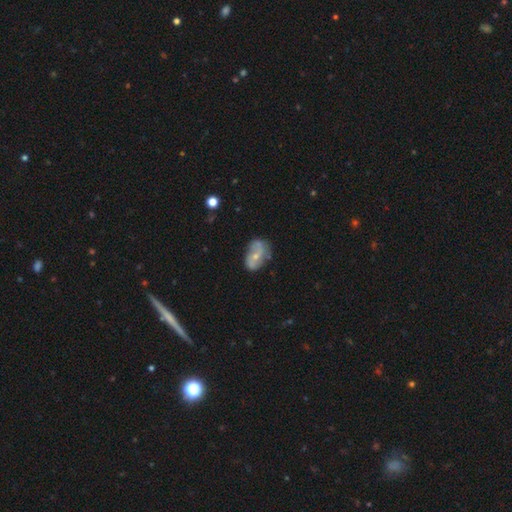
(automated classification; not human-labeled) Overall: featured or disk (58%; smooth 33%). Edge-on disk: no (95%). Bar: no (60%; weak 29%). Spiral arms: yes (68%; no 32%). Bulge size: small (58%; moderate 37%). Merging: none (60%; minor disturbance 27%).